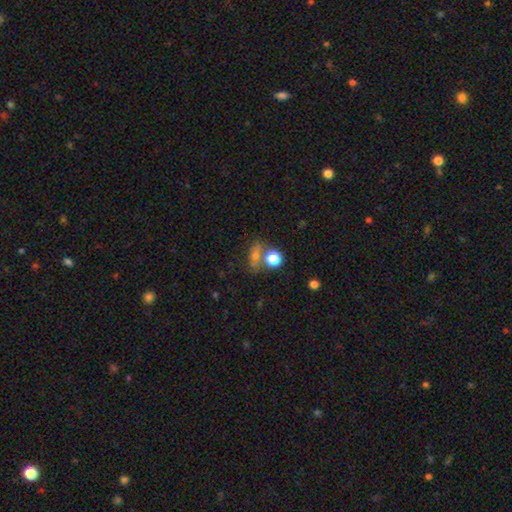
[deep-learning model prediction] Smooth or featured?
  - smooth: 60% *
  - star or artifact: 21%
  - featured or disk: 19%
How rounded?
  - in between: 48% *
  - round: 46%
  - cigar-shaped: 6%
Merging?
  - none: 53% *
  - merger: 27%
  - minor disturbance: 13%
  - major disturbance: 7%